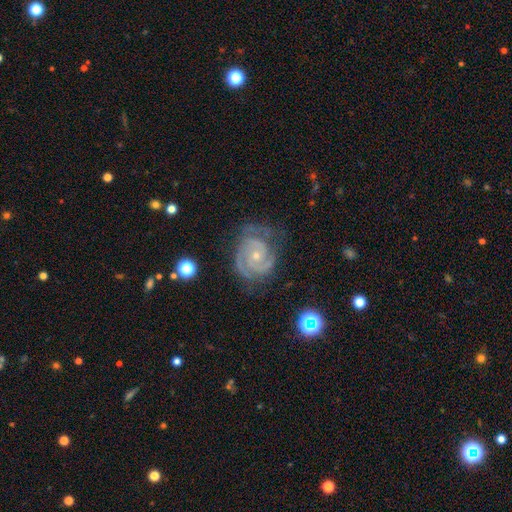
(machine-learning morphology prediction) Smooth or featured: featured or disk — 90% (star or artifact — 6%)
Edge-on disk: no — 98% (yes — 2%)
Bar: no — 70% (weak — 24%)
Spiral arms: yes — 98% (no — 2%)
Spiral winding: tight — 66% (medium — 30%)
Spiral arm count: 2 — 68% (3 — 16%)
Bulge size: small — 70% (moderate — 26%)
Merging: none — 67% (minor disturbance — 21%)